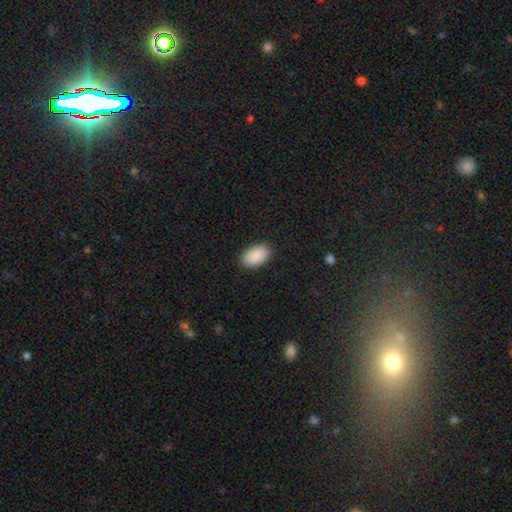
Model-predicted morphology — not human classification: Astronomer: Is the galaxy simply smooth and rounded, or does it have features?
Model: smooth — 91%.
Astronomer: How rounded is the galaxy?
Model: in between — 94%.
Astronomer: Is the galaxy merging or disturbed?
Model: none — 89%.